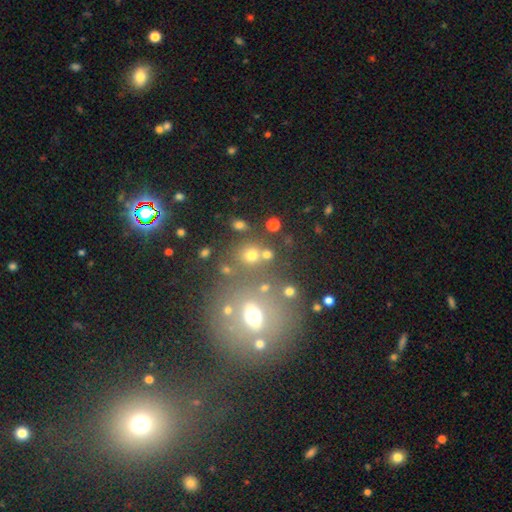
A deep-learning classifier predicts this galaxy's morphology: The model was most divided on "smooth or featured": smooth: 53%, star or artifact: 31%, featured or disk: 16%. More confident: how rounded — round (81%); merging — none (69%).